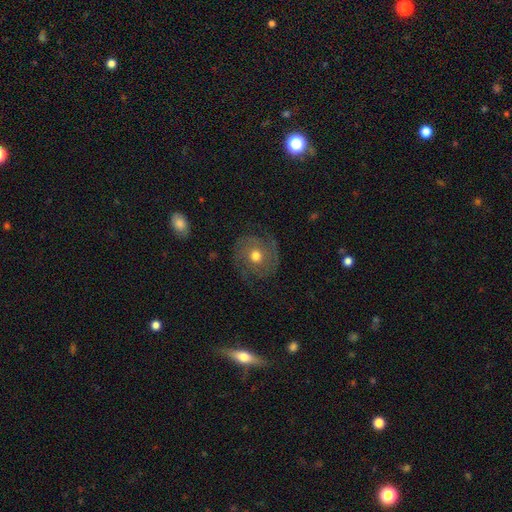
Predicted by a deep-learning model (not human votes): smooth-or-featured: featured or disk: 72% | smooth: 20% | star or artifact: 8%
  disk-edge-on: no: 97% | yes: 3%
    bar: no: 82% | weak: 15% | strong: 3%
    has-spiral-arms: yes: 89% | no: 11%
      spiral-winding: tight: 51% | medium: 36% | loose: 13%
      spiral-arm-count: 2: 55% | can't tell: 18% | 3: 13% | 1: 5% | 4: 5% | more than 4: 4%
    bulge-size: moderate: 79% | small: 11% | large: 7% | dominant: 1% | none: 1%
  merging: none: 77% | minor disturbance: 14% | major disturbance: 7% | merger: 1%